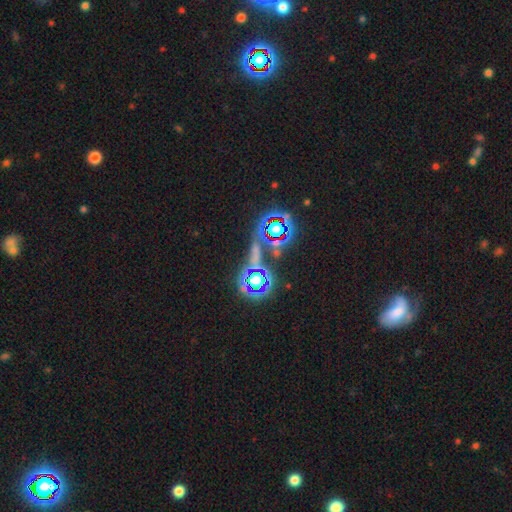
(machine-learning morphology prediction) This appears to be a star or artifact, not a galaxy (77%).